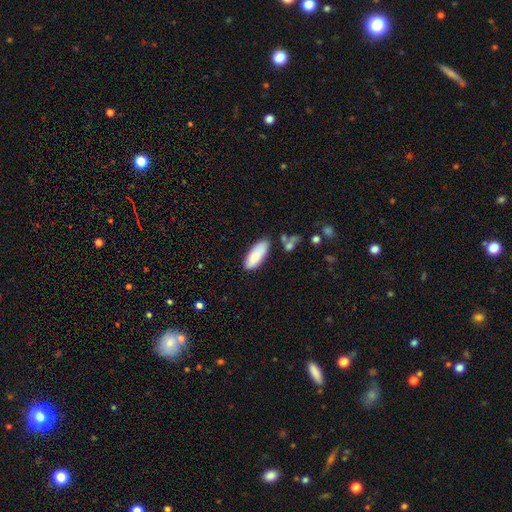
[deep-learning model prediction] smooth_or_featured: smooth (p=0.85) [alt: featured or disk p=0.09]
how_rounded: in between (p=0.76) [alt: cigar-shaped p=0.22]
merging: none (p=0.77) [alt: minor disturbance p=0.15]